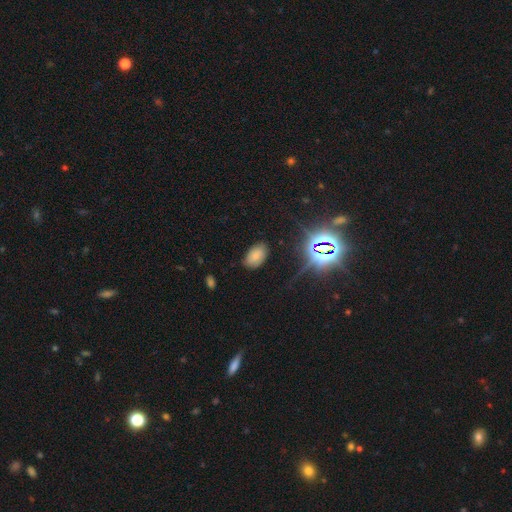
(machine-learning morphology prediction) Smooth or featured? smooth (68%)
How rounded? in between (93%)
Merging? none (79%)